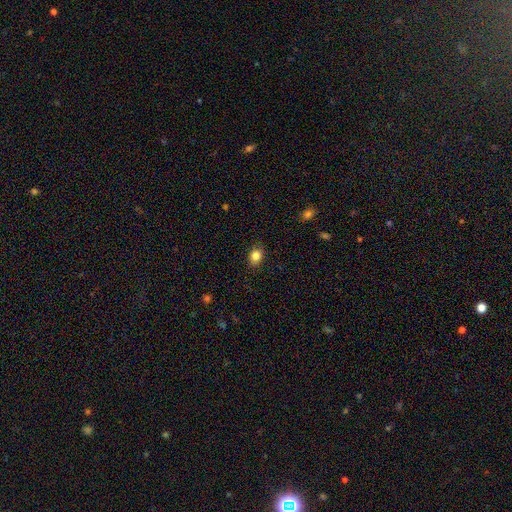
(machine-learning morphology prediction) Q: Smooth or featured?
A: smooth (84%); runner-up: star or artifact (10%)
Q: How rounded?
A: in between (66%); runner-up: round (33%)
Q: Merging?
A: none (86%); runner-up: minor disturbance (11%)